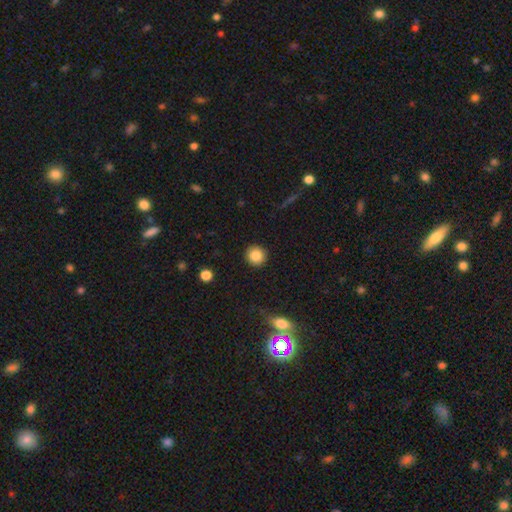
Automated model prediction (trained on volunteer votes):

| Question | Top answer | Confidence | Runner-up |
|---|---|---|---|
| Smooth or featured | smooth | 85% | star or artifact (9%) |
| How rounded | round | 94% | in between (5%) |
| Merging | none | 92% | minor disturbance (5%) |